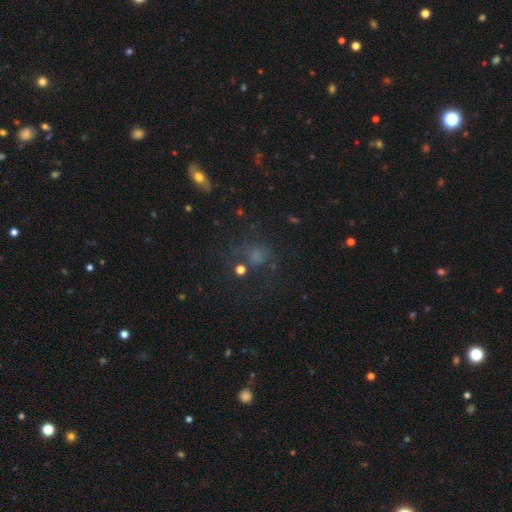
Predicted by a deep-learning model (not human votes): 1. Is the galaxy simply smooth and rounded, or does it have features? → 44% smooth, 33% star or artifact, 23% featured or disk.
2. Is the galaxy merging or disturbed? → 54% none, 22% major disturbance, 18% minor disturbance, 7% merger.